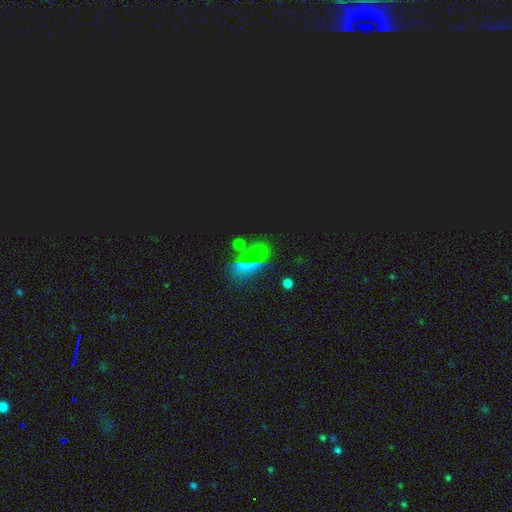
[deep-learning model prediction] smooth 47%, star or artifact 42%, featured or disk 11%. Down the decision tree: merging — none (71%).